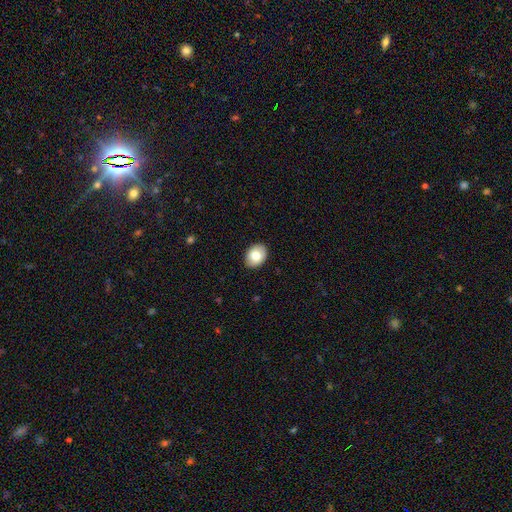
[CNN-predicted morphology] Q: Smooth or featured?
A: smooth (79%); runner-up: featured or disk (14%)
Q: How rounded?
A: in between (75%); runner-up: round (24%)
Q: Merging?
A: none (90%); runner-up: minor disturbance (8%)